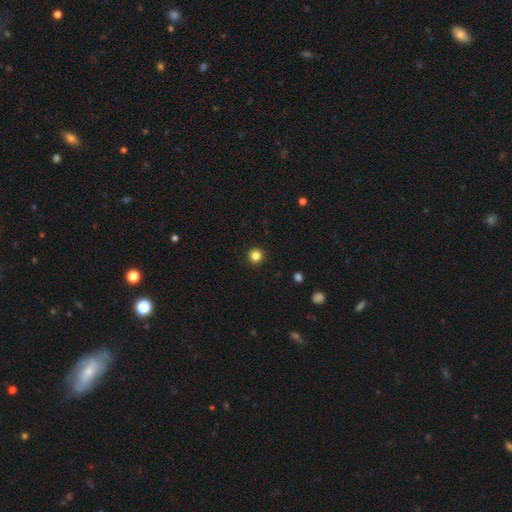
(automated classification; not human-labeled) The model was most divided on "smooth or featured": smooth: 84%, star or artifact: 12%, featured or disk: 4%. More confident: how rounded — round (96%); merging — none (94%).